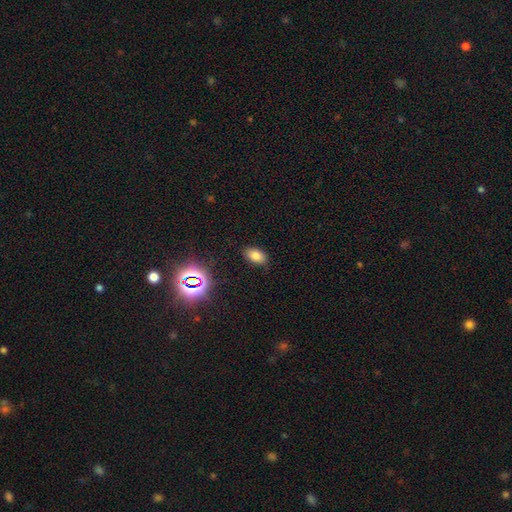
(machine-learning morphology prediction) Smooth or featured?
  - smooth: 76% *
  - star or artifact: 16%
  - featured or disk: 8%
How rounded?
  - in between: 89% *
  - round: 9%
  - cigar-shaped: 2%
Merging?
  - none: 86% *
  - minor disturbance: 10%
  - major disturbance: 3%
  - merger: 1%